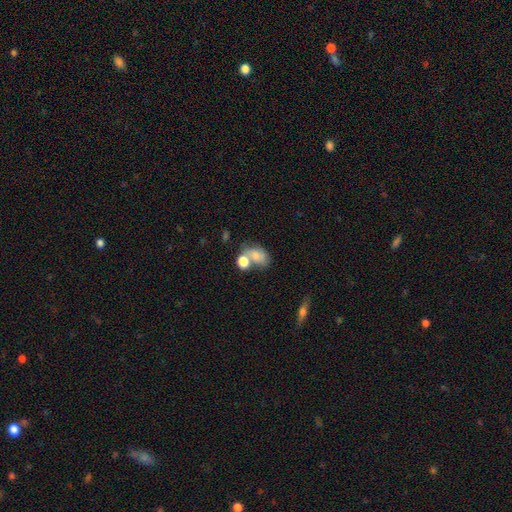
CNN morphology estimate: This is likely a smooth galaxy (70%). How rounded: likely in between (72%). Merging: marginally merger (43%).